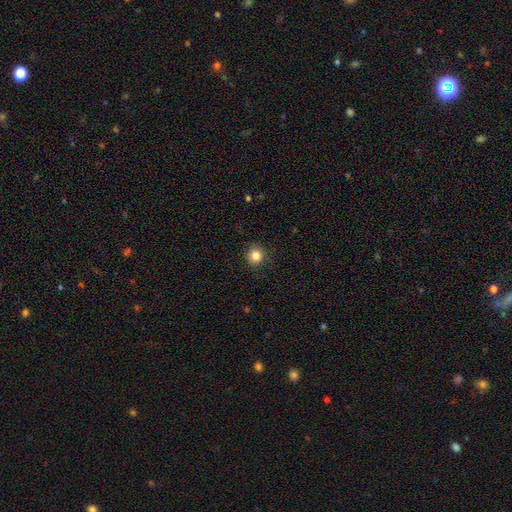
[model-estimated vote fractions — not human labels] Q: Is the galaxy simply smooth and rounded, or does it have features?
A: smooth — 84%.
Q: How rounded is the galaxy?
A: round — 89%.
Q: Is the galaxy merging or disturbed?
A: none — 89%.